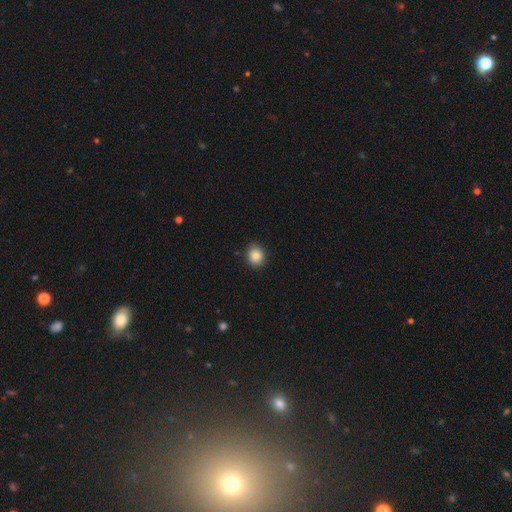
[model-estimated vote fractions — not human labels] This is clearly a smooth galaxy (87%). How rounded: possibly round (57%). Merging: clearly none (86%).